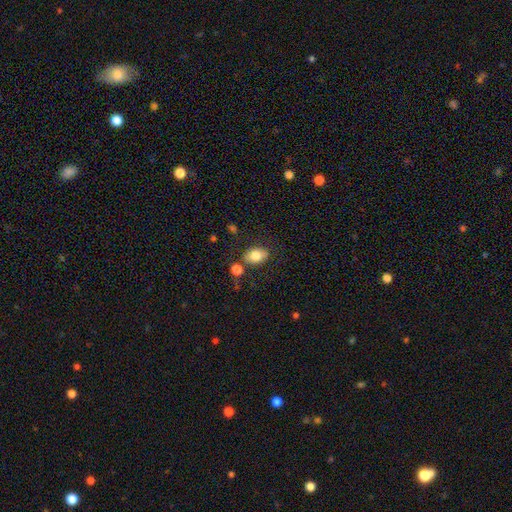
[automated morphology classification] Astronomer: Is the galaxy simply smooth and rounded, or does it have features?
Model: smooth — 81%.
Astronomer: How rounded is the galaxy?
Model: in between — 77%.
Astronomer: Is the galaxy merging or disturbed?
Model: none — 72%.